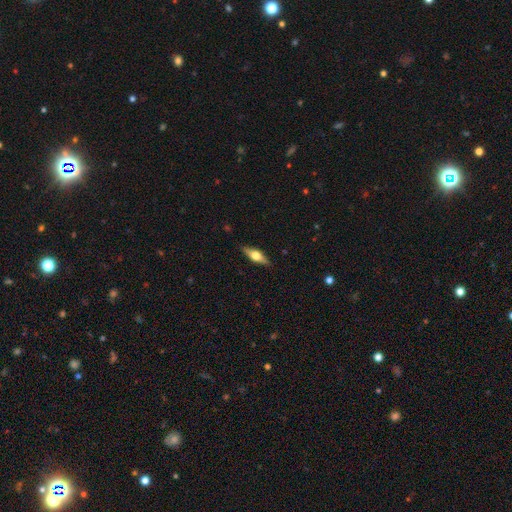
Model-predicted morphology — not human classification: smooth-or-featured: featured or disk: 57% | smooth: 37% | star or artifact: 6%
  disk-edge-on: yes: 94% | no: 6%
    edge-on-bulge: rounded: 93% | boxy: 6% | none: 2%
  merging: none: 88% | minor disturbance: 9% | major disturbance: 2% | merger: 1%